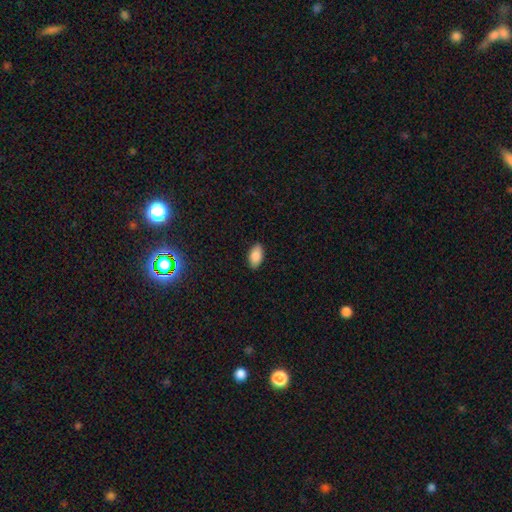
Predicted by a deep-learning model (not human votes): Q: Smooth or featured?
A: smooth (87%); runner-up: star or artifact (7%)
Q: How rounded?
A: in between (94%); runner-up: round (3%)
Q: Merging?
A: none (88%); runner-up: minor disturbance (9%)